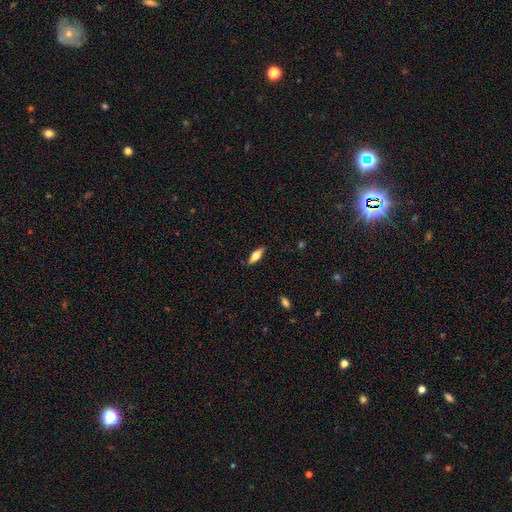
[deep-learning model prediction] smooth-or-featured: smooth: 56% | featured or disk: 37% | star or artifact: 7%
  how-rounded: in between: 58% | cigar-shaped: 39% | round: 2%
  merging: none: 86% | minor disturbance: 10% | major disturbance: 2% | merger: 1%